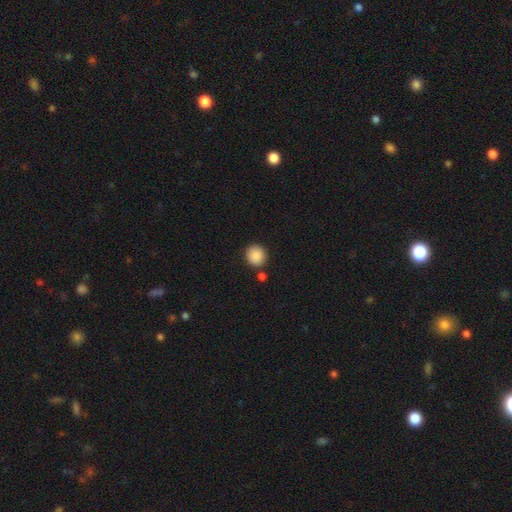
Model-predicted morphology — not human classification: Overall: smooth (89%). How rounded: round (89%). Merging: none (83%).